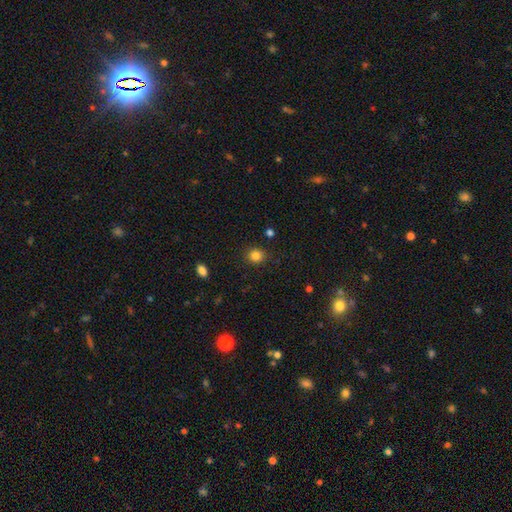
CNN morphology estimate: Smooth or featured? smooth (84%)
How rounded? round (78%)
Merging? none (87%)